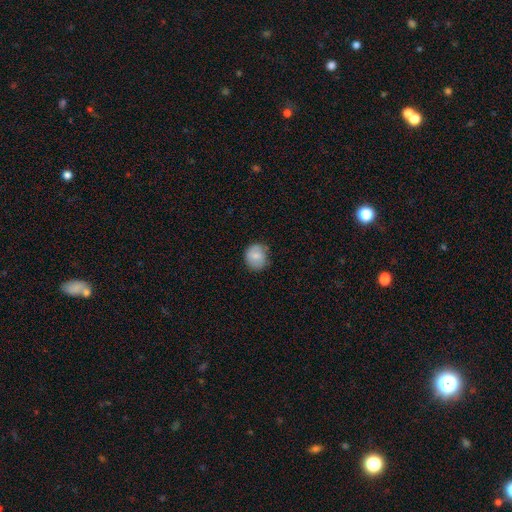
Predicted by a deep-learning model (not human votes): smooth-or-featured: smooth: 80% | featured or disk: 12% | star or artifact: 7%
  how-rounded: round: 77% | in between: 22% | cigar-shaped: 1%
  merging: none: 79% | minor disturbance: 16% | major disturbance: 3% | merger: 1%